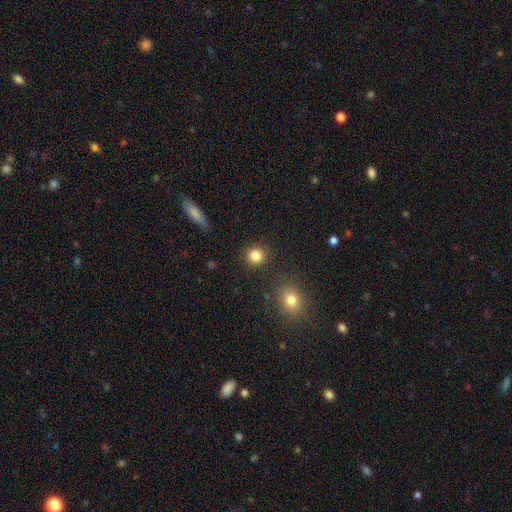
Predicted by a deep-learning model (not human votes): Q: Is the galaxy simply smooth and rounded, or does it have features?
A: smooth — 85%.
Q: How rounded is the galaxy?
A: round — 91%.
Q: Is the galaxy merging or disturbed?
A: none — 89%.